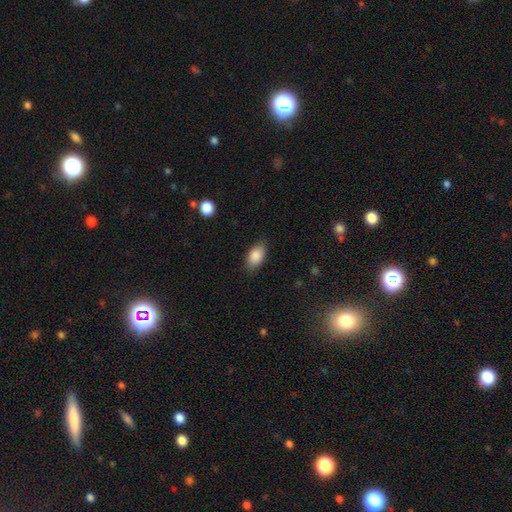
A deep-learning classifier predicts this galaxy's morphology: smooth-or-featured: smooth: 87% | star or artifact: 7% | featured or disk: 6%
  how-rounded: in between: 90% | round: 7% | cigar-shaped: 3%
  merging: none: 81% | minor disturbance: 15% | major disturbance: 3% | merger: 1%